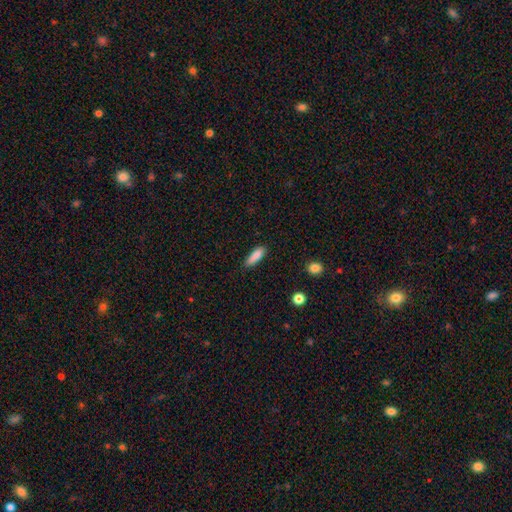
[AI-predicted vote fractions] Smooth or featured? smooth (86%)
How rounded? cigar-shaped (57%)
Merging? none (81%)